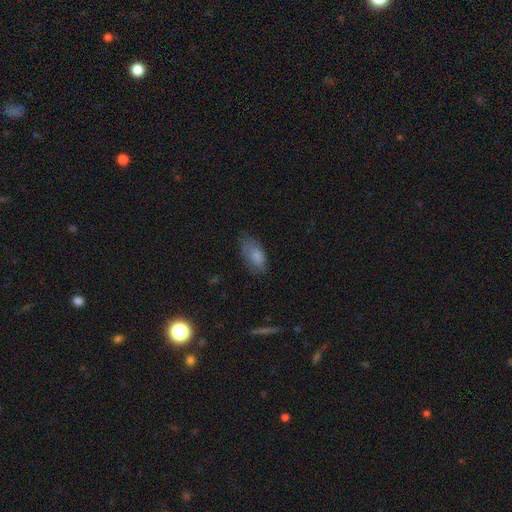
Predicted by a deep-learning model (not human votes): This appears to be a smooth galaxy with no disk features (78%) that is in between round and cigar-shaped (91%). Merging: none (60%).